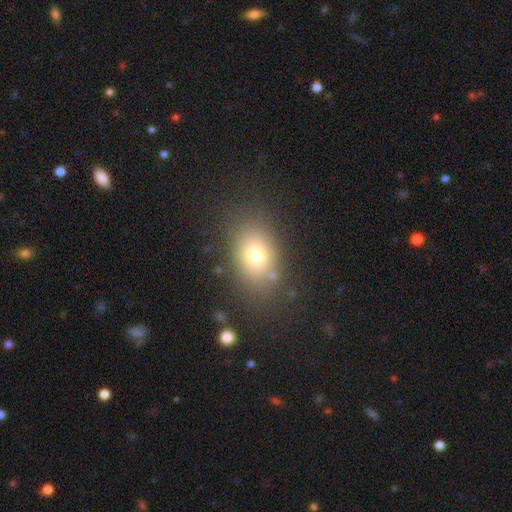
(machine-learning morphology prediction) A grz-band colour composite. It shows a smooth galaxy with no disk features (74%) that is in between round and cigar-shaped (77%). Merging: none (78%).